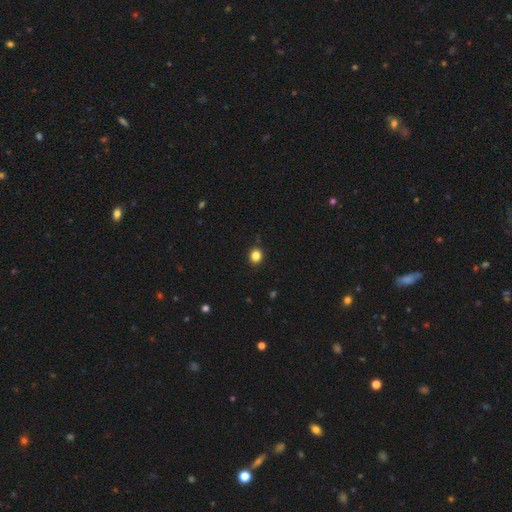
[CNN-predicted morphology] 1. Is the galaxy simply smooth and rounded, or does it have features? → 84% smooth, 12% star or artifact, 4% featured or disk.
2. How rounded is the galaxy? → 82% round, 17% in between, 1% cigar-shaped.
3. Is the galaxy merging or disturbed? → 91% none, 6% minor disturbance, 2% major disturbance, 1% merger.